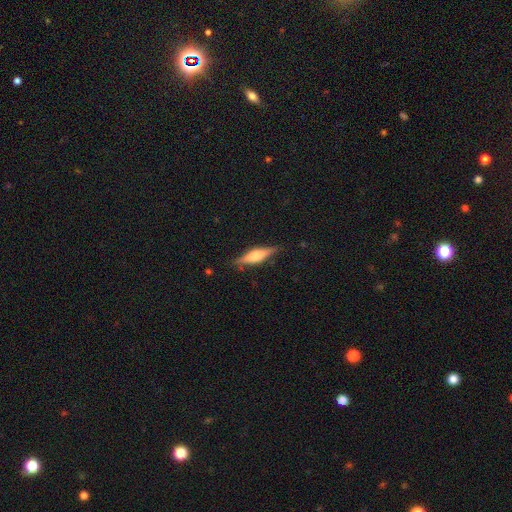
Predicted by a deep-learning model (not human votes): Smooth or featured? featured or disk (56%)
Edge-on disk? yes (95%)
Edge-on bulge? rounded (83%)
Merging? none (85%)